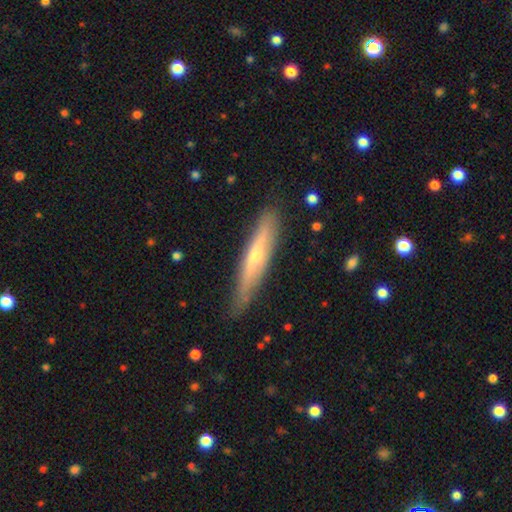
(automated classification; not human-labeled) smooth-or-featured: featured or disk: 54% | smooth: 40% | star or artifact: 6%
  disk-edge-on: yes: 88% | no: 12%
  merging: none: 78% | minor disturbance: 17% | major disturbance: 3% | merger: 2%